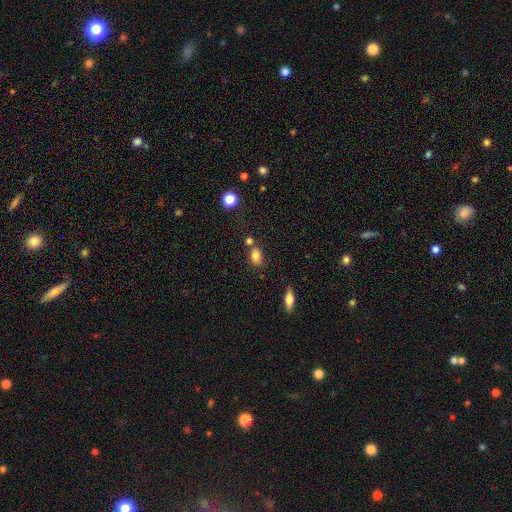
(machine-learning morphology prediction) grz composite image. It shows a smooth galaxy with no disk features (81%) that is in between round and cigar-shaped (73%). Merging: none (66%).